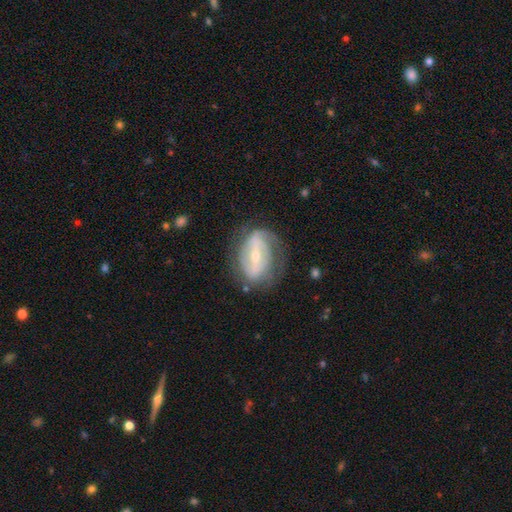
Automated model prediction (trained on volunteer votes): Smooth or featured? featured or disk (79%)
Edge-on disk? no (94%)
Bar? strong (54%)
Spiral arms? yes (83%)
Spiral winding? tight (40%)
Spiral arm count? 2 (62%)
Bulge size? small (58%)
Merging? none (64%)